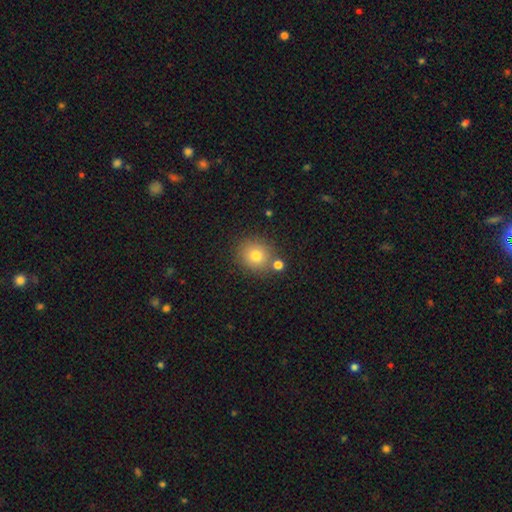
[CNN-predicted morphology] smooth-or-featured: smooth: 78% | star or artifact: 12% | featured or disk: 10%
  how-rounded: round: 84% | in between: 16% | cigar-shaped: 1%
  merging: none: 75% | merger: 12% | minor disturbance: 10% | major disturbance: 3%